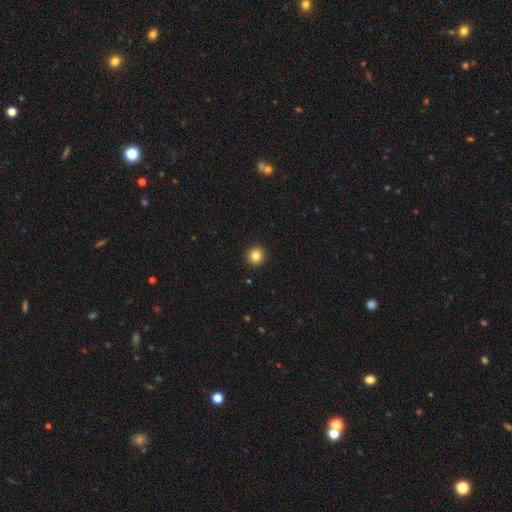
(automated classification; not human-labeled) This is clearly a smooth galaxy (84%). How rounded: clearly round (94%). Merging: clearly none (93%).